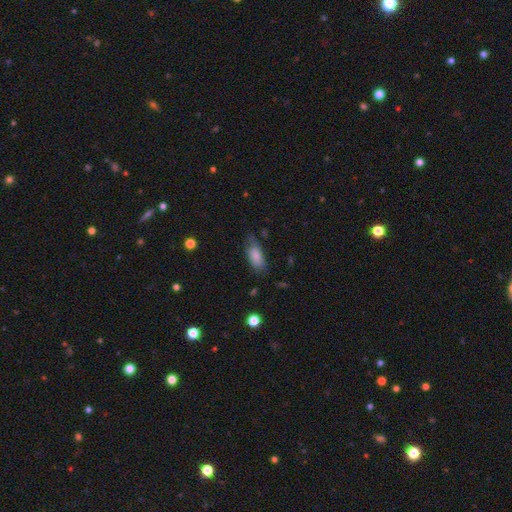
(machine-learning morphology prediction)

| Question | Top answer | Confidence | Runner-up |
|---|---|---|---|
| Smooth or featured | smooth | 83% | featured or disk (10%) |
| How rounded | in between | 86% | cigar-shaped (12%) |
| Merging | none | 65% | minor disturbance (25%) |